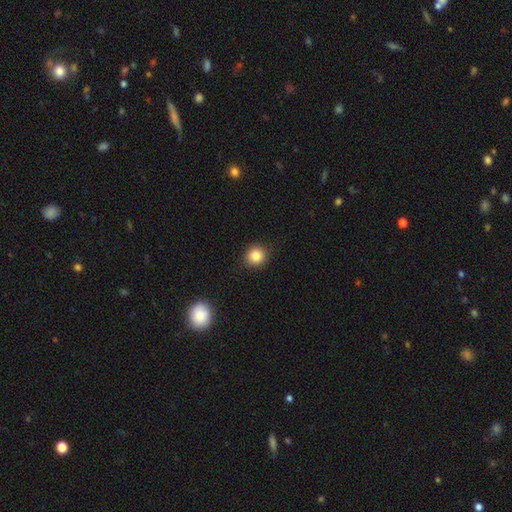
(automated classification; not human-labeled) This appears to be a smooth galaxy with no disk features (84%) that is round (90%). Merging: none (90%).